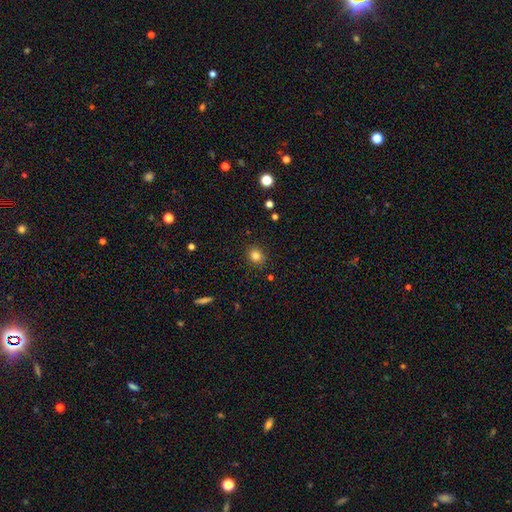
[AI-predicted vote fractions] Smooth or featured: smooth — 82% (star or artifact — 12%)
How rounded: round — 73% (in between — 26%)
Merging: none — 87% (minor disturbance — 9%)